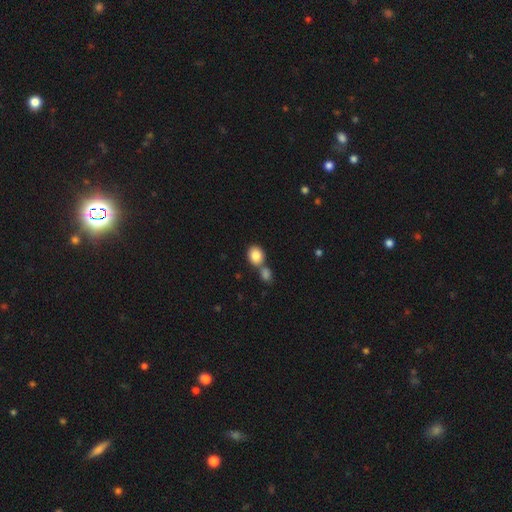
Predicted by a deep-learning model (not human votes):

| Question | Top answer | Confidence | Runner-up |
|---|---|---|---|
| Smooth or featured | smooth | 85% | star or artifact (8%) |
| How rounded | round | 62% | in between (37%) |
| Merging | none | 49% | merger (40%) |